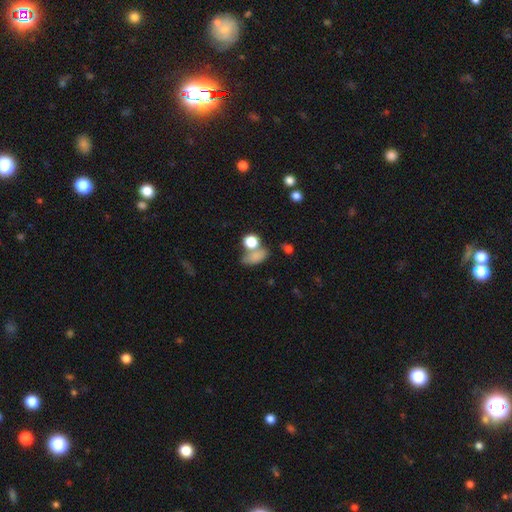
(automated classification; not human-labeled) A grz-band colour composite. It shows a smooth galaxy with no disk features (78%) that is in between round and cigar-shaped (64%). Merging: none (47%).